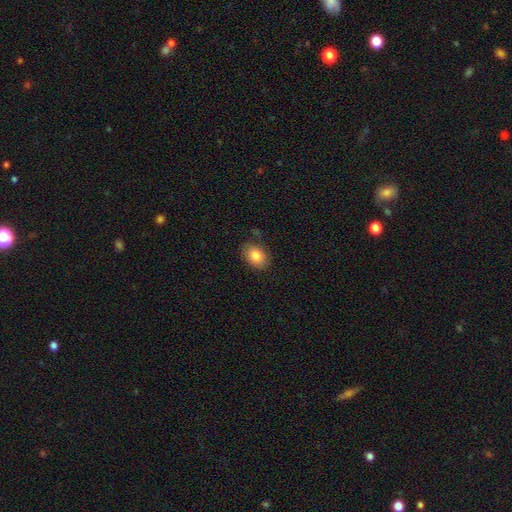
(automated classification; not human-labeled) Q: Smooth or featured?
A: smooth (84%); runner-up: featured or disk (8%)
Q: How rounded?
A: in between (76%); runner-up: round (23%)
Q: Merging?
A: none (82%); runner-up: minor disturbance (13%)